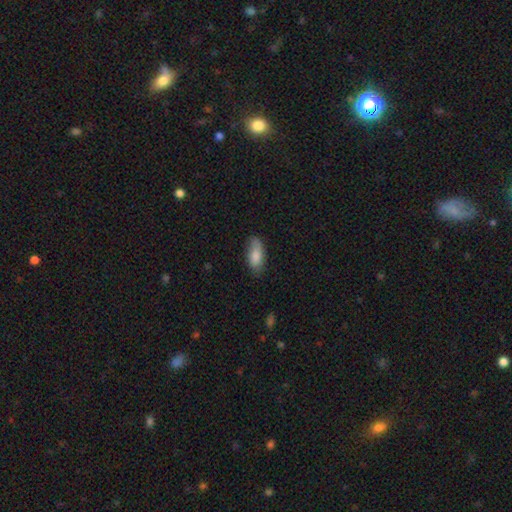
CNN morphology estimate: smooth_or_featured: smooth (p=0.83) [alt: featured or disk p=0.11]
how_rounded: in between (p=0.84) [alt: cigar-shaped p=0.13]
merging: none (p=0.71) [alt: minor disturbance p=0.23]